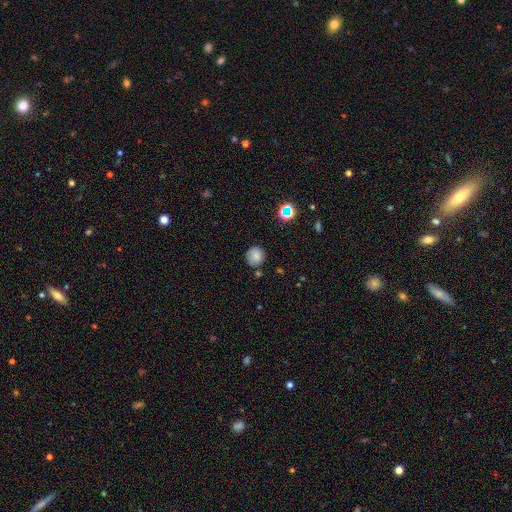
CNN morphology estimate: Smooth or featured: smooth — 80% (star or artifact — 12%)
How rounded: round — 90% (in between — 9%)
Merging: none — 76% (minor disturbance — 16%)